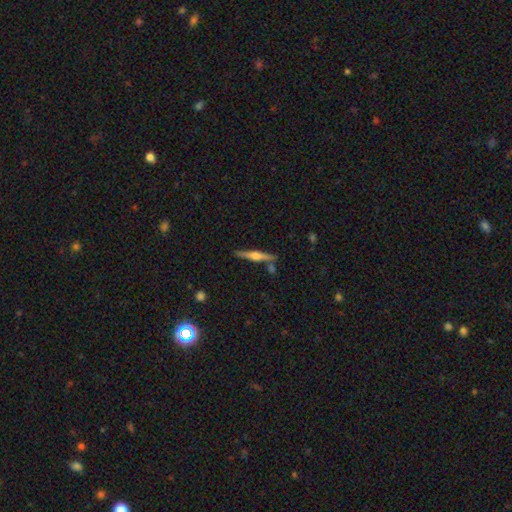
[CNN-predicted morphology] type=featured or disk (72%); edge-on=yes (98%); edge-on bulge=rounded (91%); merging=none (83%).